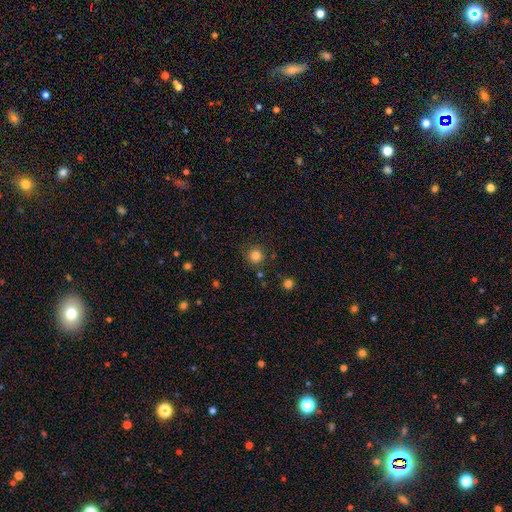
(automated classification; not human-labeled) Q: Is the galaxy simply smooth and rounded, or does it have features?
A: smooth — 82%.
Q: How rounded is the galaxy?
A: round — 94%.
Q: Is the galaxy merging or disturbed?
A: none — 82%.